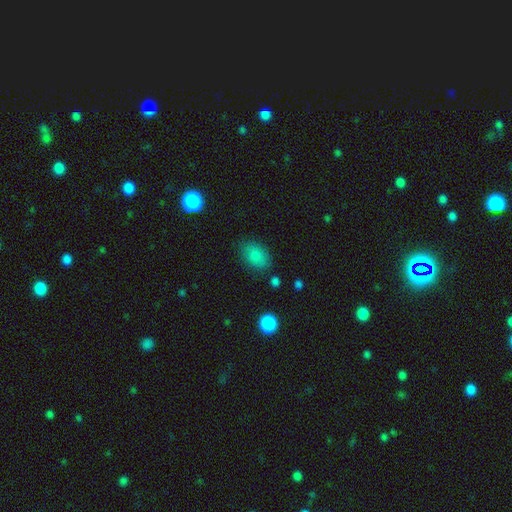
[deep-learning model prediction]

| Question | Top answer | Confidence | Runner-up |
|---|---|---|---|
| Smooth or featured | smooth | 84% | star or artifact (9%) |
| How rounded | in between | 82% | round (17%) |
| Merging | none | 79% | minor disturbance (15%) |